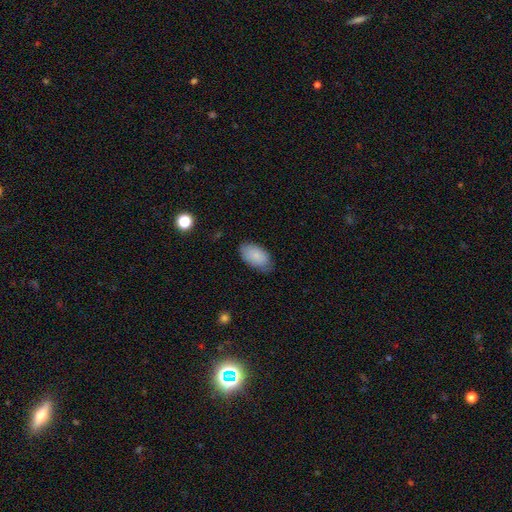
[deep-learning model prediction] Smooth or featured? Predicted: smooth (p=0.85). How rounded? Predicted: in between (p=0.95). Merging? Predicted: none (p=0.74).